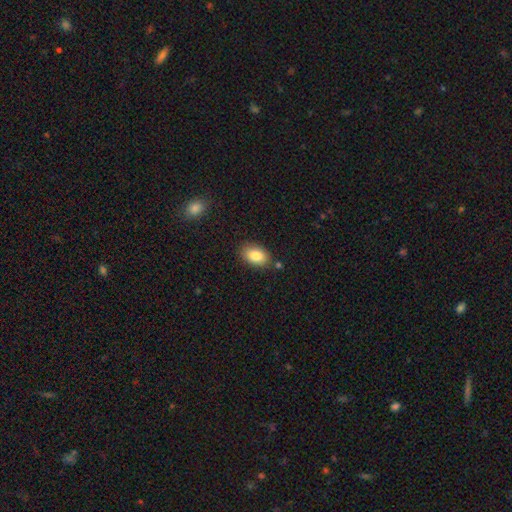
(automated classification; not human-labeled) smooth-or-featured: smooth: 84% | featured or disk: 8% | star or artifact: 8%
  how-rounded: in between: 86% | round: 12% | cigar-shaped: 1%
  merging: none: 82% | minor disturbance: 12% | merger: 3% | major disturbance: 3%